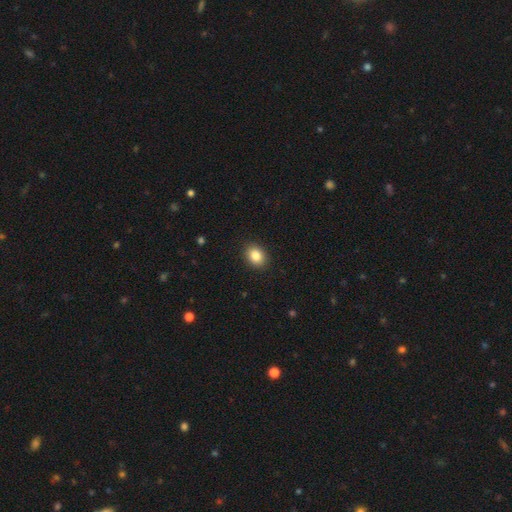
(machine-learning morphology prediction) Smooth or featured? smooth (85%)
How rounded? in between (61%)
Merging? none (90%)